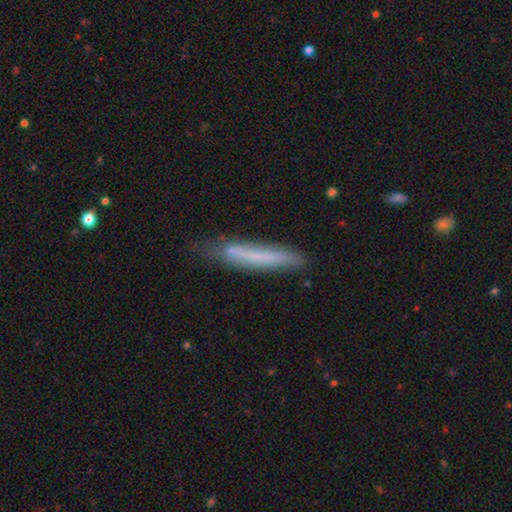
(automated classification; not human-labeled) Smooth or featured? smooth (59%)
How rounded? cigar-shaped (94%)
Merging? none (68%)